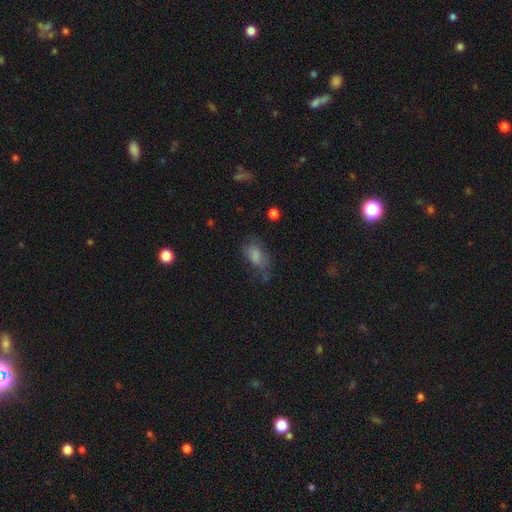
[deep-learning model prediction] The model was most divided on "merging": none: 47%, minor disturbance: 30%, major disturbance: 20%, merger: 3%. More confident: how rounded — in between (88%); smooth or featured — smooth (75%).